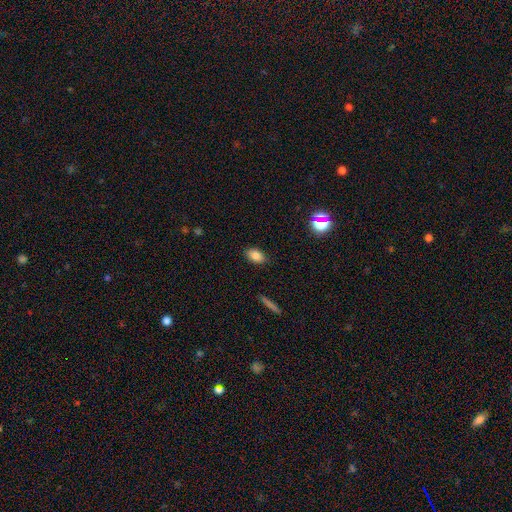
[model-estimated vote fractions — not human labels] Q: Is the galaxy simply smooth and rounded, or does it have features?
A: smooth — 82%.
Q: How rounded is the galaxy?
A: in between — 88%.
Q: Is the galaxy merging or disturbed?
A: none — 86%.